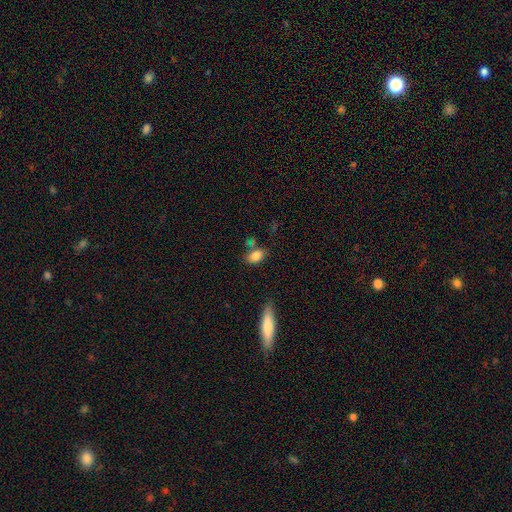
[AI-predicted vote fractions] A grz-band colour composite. It shows a smooth galaxy with no disk features (84%) that is in between round and cigar-shaped (83%). Merging: none (61%).